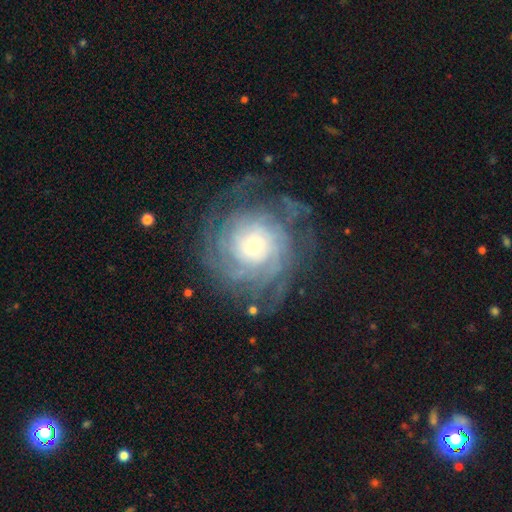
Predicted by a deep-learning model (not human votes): A featured or disk galaxy (84%) with no bar (79%), tight (75%) spiral arms (95%) and a small central bulge (45%). Merging: none (71%).